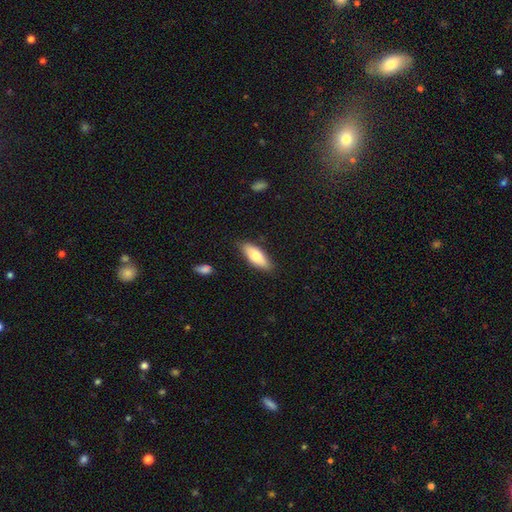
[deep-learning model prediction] Overall: smooth (74%). How rounded: in between (71%). Merging: none (84%).